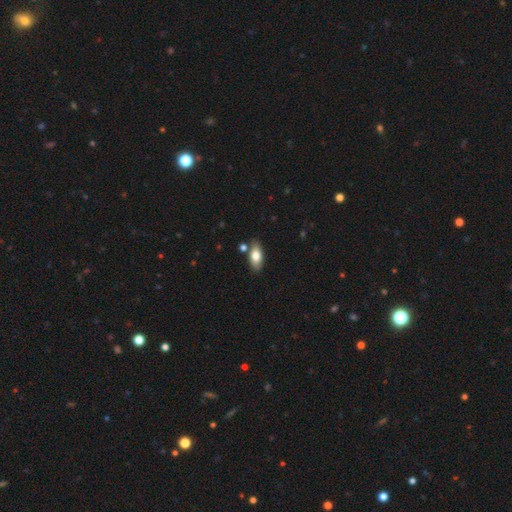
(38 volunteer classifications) Smooth or featured?
  - smooth: 71% *
  - featured or disk: 24%
  - star or artifact: 5%
How rounded?
  - in between: 93% *
  - round: 4%
  - cigar-shaped: 4%
Merging?
  - none: 75% *
  - merger: 11%
  - minor disturbance: 8%
  - major disturbance: 6%